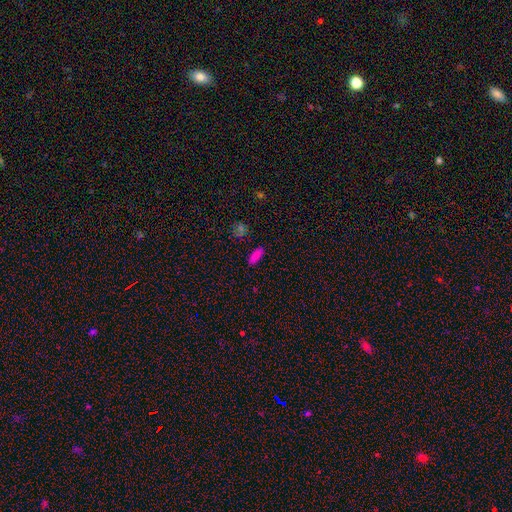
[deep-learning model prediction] This is likely a smooth galaxy (80%). How rounded: likely in between (79%). Merging: clearly none (85%).